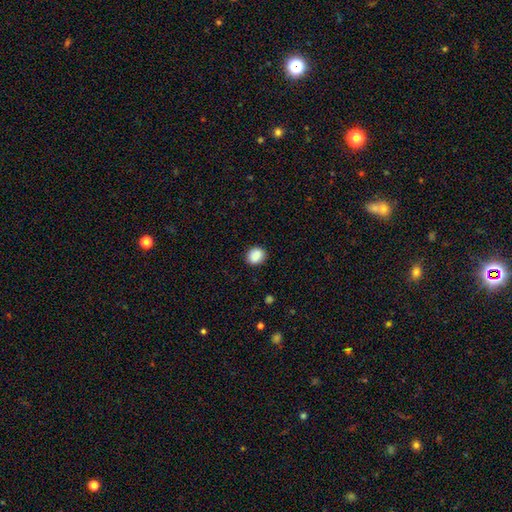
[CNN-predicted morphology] The model was most divided on "how rounded": round: 61%, in between: 38%, cigar-shaped: 1%. More confident: smooth or featured — smooth (89%); merging — none (87%).